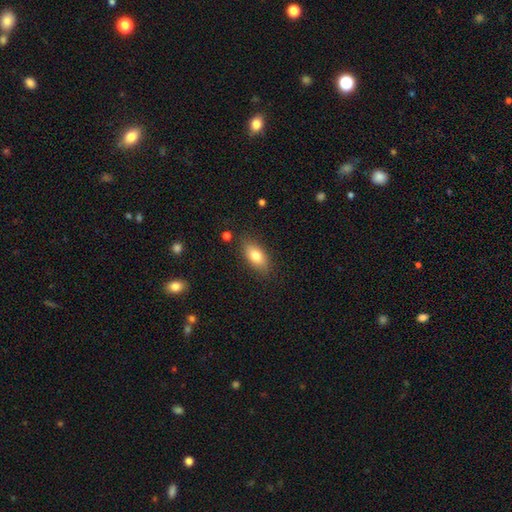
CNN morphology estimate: Overall: smooth (78%). How rounded: in between (85%). Merging: none (83%).